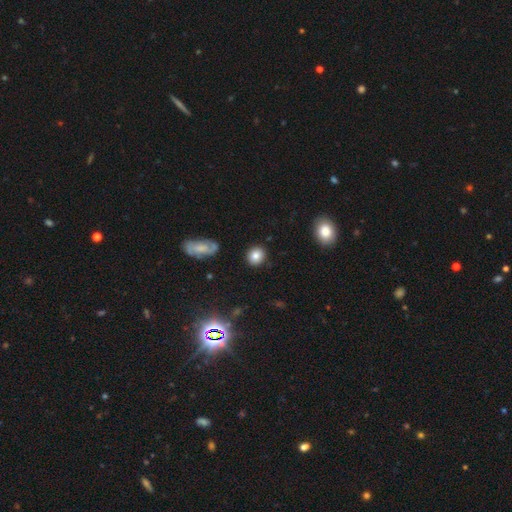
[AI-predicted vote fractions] A smooth galaxy with no disk features (80%) that is round (79%).

Vote fractions:
- Smooth or featured? smooth: 80% / star or artifact: 11% / featured or disk: 9%
- How rounded? round: 79% / in between: 20% / cigar-shaped: 1%
- Merging? none: 88% / minor disturbance: 8% / major disturbance: 2% / merger: 2%